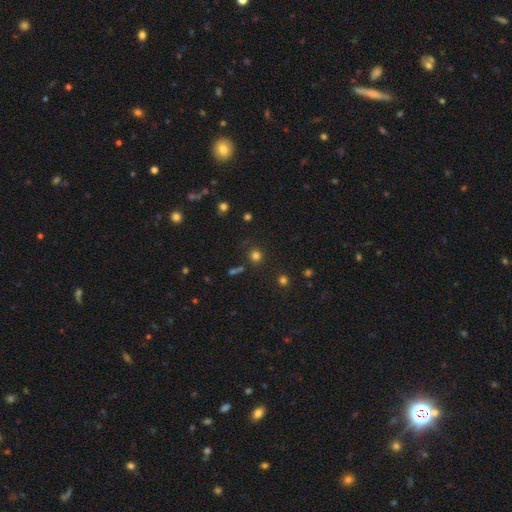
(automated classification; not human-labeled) Q: Smooth or featured?
A: smooth (75%); runner-up: star or artifact (19%)
Q: How rounded?
A: round (91%); runner-up: in between (8%)
Q: Merging?
A: none (81%); runner-up: minor disturbance (10%)